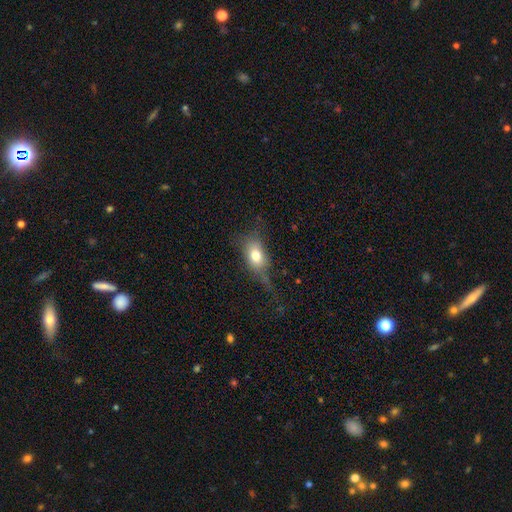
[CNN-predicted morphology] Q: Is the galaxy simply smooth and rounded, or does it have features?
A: smooth — 74%.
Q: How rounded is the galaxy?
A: in between — 78%.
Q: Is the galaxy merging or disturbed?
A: none — 52%.